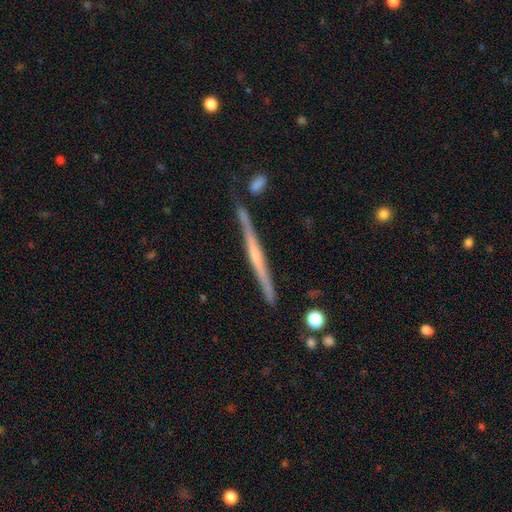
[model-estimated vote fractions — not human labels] smooth-or-featured: featured or disk: 75% | smooth: 19% | star or artifact: 6%
  disk-edge-on: yes: 98% | no: 2%
    edge-on-bulge: none: 46% (tied) | rounded: 46% (tied) | boxy: 8%
  merging: none: 84% | minor disturbance: 10% | merger: 4% | major disturbance: 2%